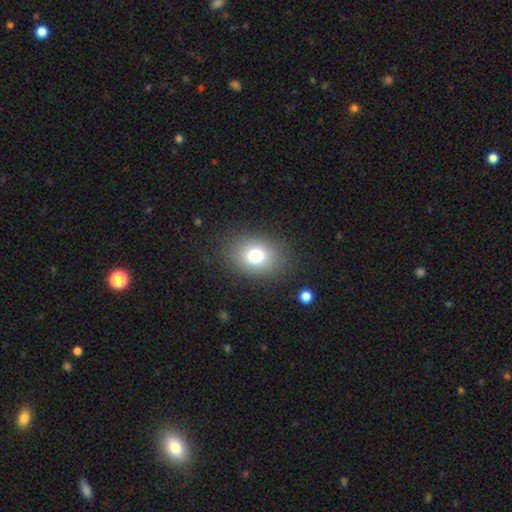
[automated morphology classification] This is likely a smooth galaxy (74%). How rounded: possibly in between (54%). Merging: clearly none (86%).